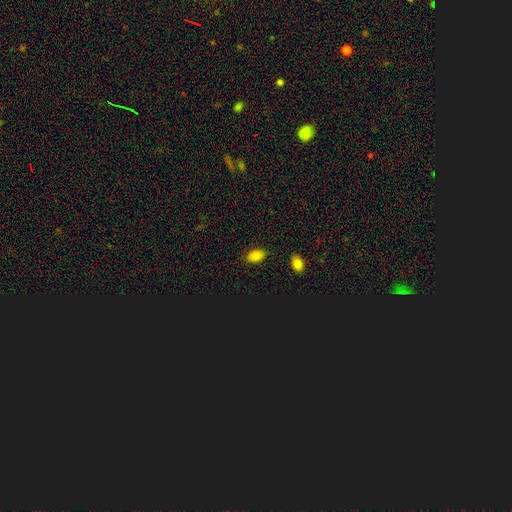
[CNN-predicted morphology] The model was most divided on "smooth or featured": smooth: 78%, star or artifact: 15%, featured or disk: 7%. More confident: how rounded — in between (88%); merging — none (85%).